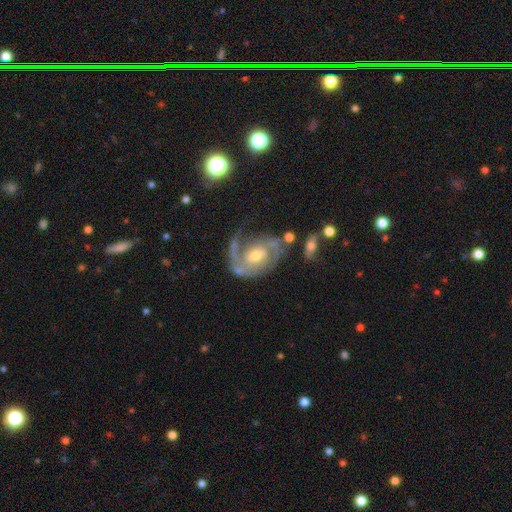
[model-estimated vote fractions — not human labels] Overall: featured or disk (87%). Edge-on disk: no (97%). Bar: no (57%; weak 34%). Spiral arms: yes (94%). Spiral arm count: 2 (53%; 1 25%). Spiral winding: medium (42%, tied with tight). Bulge size: moderate (61%; small 33%). Merging: none (53%; minor disturbance 21%).